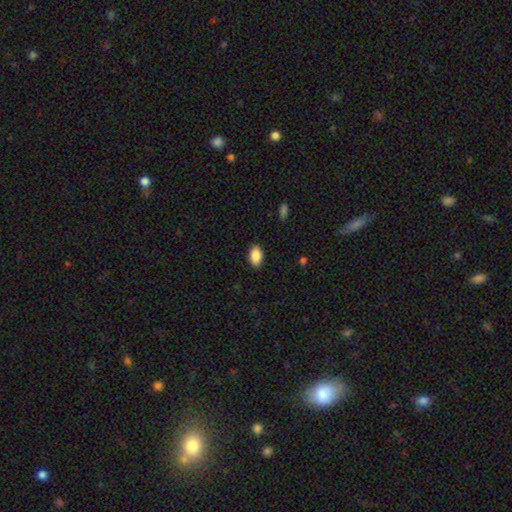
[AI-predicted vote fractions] smooth_or_featured: smooth (p=0.89) [alt: star or artifact p=0.07]
how_rounded: in between (p=0.92) [alt: round p=0.07]
merging: none (p=0.89) [alt: minor disturbance p=0.08]